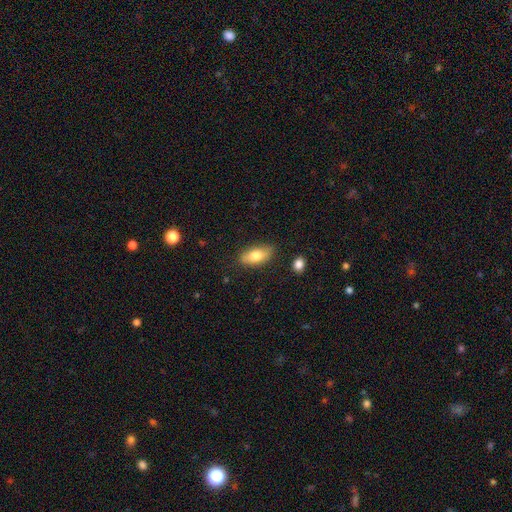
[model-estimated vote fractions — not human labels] Q: Smooth or featured?
A: smooth (76%); runner-up: featured or disk (17%)
Q: How rounded?
A: in between (87%); runner-up: cigar-shaped (10%)
Q: Merging?
A: none (81%); runner-up: minor disturbance (14%)